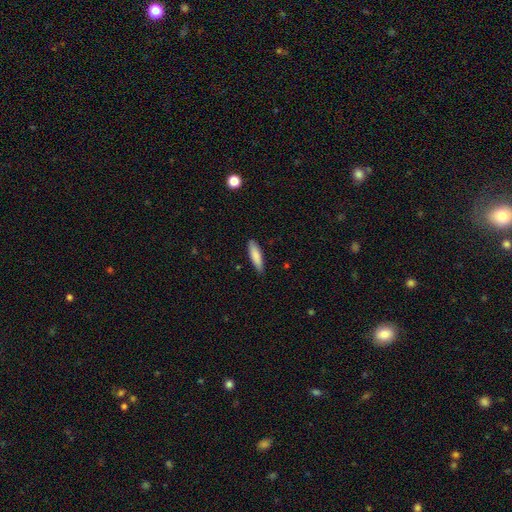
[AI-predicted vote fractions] Smooth or featured?
  - smooth: 84% *
  - featured or disk: 10%
  - star or artifact: 6%
How rounded?
  - cigar-shaped: 65% *
  - in between: 33%
  - round: 1%
Merging?
  - none: 84% *
  - minor disturbance: 13%
  - major disturbance: 2%
  - merger: 1%